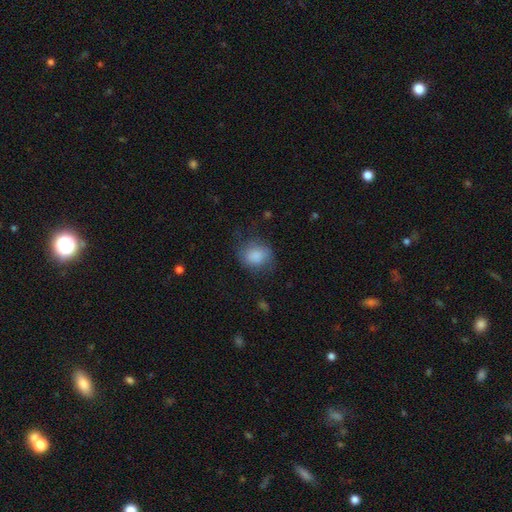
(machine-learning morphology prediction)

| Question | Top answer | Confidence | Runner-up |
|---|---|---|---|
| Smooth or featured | smooth | 82% | featured or disk (11%) |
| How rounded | round | 66% | in between (33%) |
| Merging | none | 59% | minor disturbance (25%) |